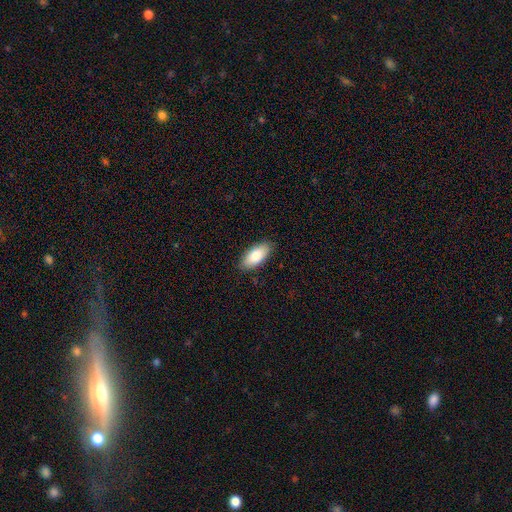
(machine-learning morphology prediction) smooth_or_featured: smooth (p=0.81) [alt: featured or disk p=0.13]
how_rounded: in between (p=0.90) [alt: cigar-shaped p=0.08]
merging: none (p=0.88) [alt: minor disturbance p=0.09]